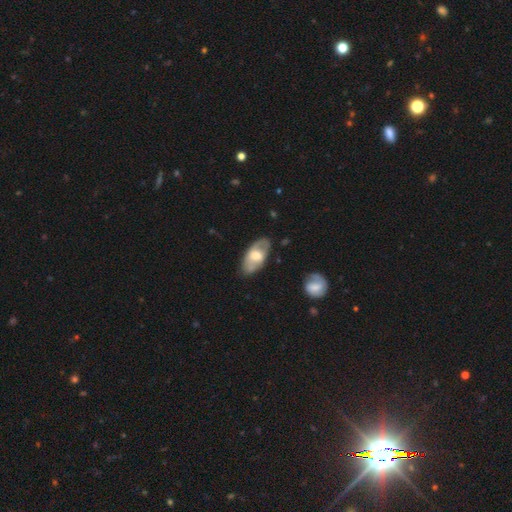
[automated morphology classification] Overall: featured or disk (48%; smooth 47%). Merging: none (71%).